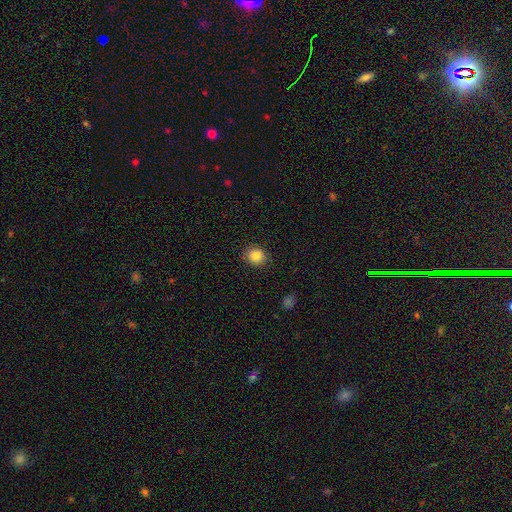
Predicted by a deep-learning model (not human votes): Smooth or featured?
  - smooth: 86% *
  - star or artifact: 10%
  - featured or disk: 4%
How rounded?
  - round: 78% *
  - in between: 21%
  - cigar-shaped: 1%
Merging?
  - none: 89% *
  - minor disturbance: 8%
  - major disturbance: 2%
  - merger: 1%